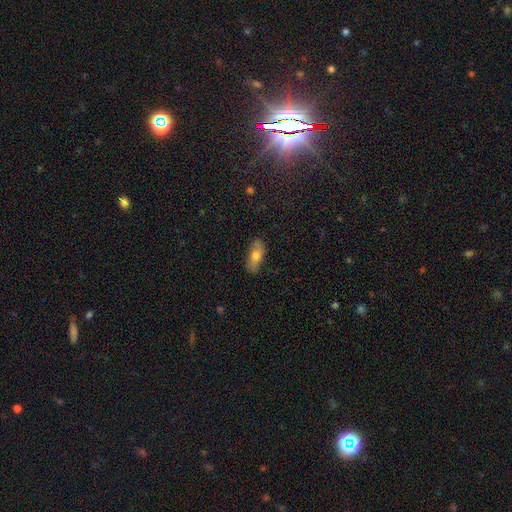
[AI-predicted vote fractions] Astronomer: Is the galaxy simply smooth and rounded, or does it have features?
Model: smooth — 71%.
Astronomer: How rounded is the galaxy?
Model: in between — 82%.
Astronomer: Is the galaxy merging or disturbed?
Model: none — 83%.